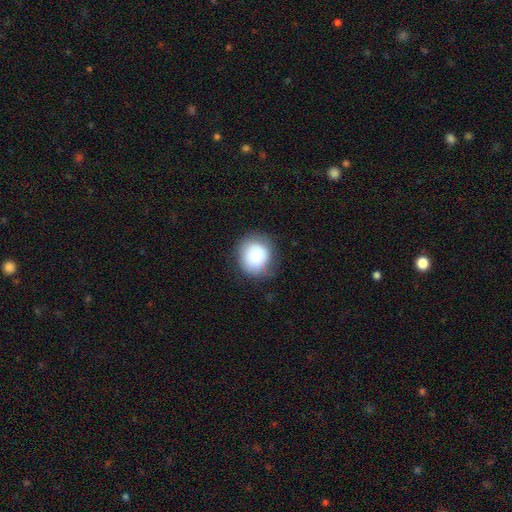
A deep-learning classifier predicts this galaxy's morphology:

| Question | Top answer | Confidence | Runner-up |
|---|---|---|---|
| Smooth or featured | smooth | 81% | featured or disk (11%) |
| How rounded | round | 82% | in between (18%) |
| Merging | none | 74% | minor disturbance (19%) |